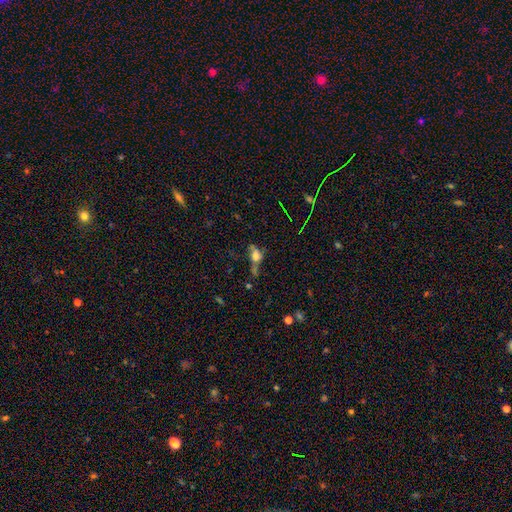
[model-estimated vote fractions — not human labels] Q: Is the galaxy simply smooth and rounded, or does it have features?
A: smooth — 47%.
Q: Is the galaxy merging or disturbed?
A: major disturbance — 31%.